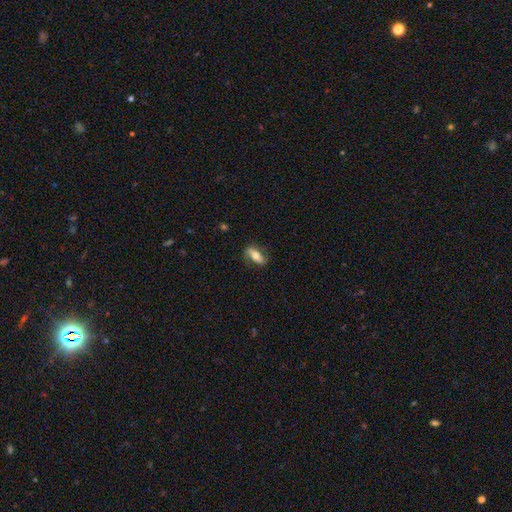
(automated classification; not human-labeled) Q: Smooth or featured?
A: smooth (57%); runner-up: featured or disk (37%)
Q: How rounded?
A: in between (71%); runner-up: cigar-shaped (25%)
Q: Merging?
A: none (78%); runner-up: minor disturbance (16%)